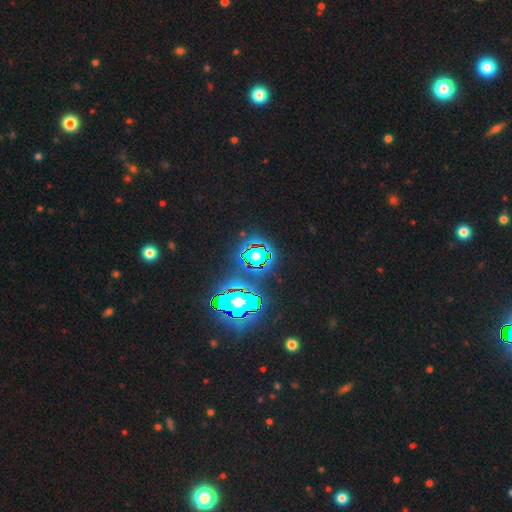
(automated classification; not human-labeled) Morphology: type=star or artifact (67%).